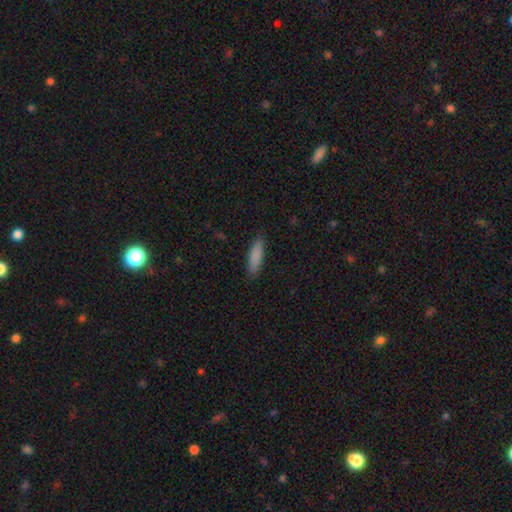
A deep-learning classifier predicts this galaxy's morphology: Q: Smooth or featured?
A: smooth (86%); runner-up: featured or disk (8%)
Q: How rounded?
A: cigar-shaped (65%); runner-up: in between (33%)
Q: Merging?
A: none (86%); runner-up: minor disturbance (11%)